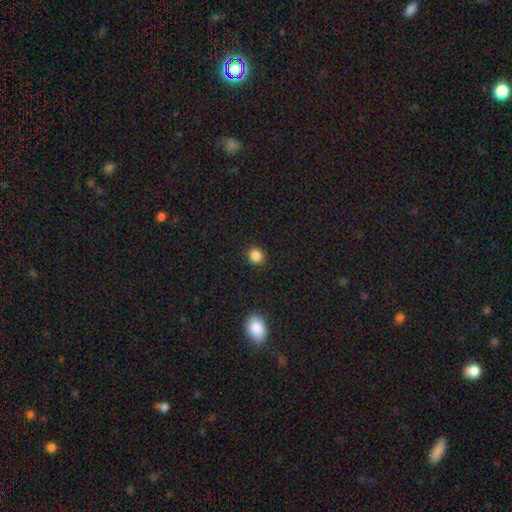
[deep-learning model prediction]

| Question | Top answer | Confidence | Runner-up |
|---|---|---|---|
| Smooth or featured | smooth | 85% | star or artifact (12%) |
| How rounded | round | 86% | in between (13%) |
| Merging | none | 91% | minor disturbance (6%) |